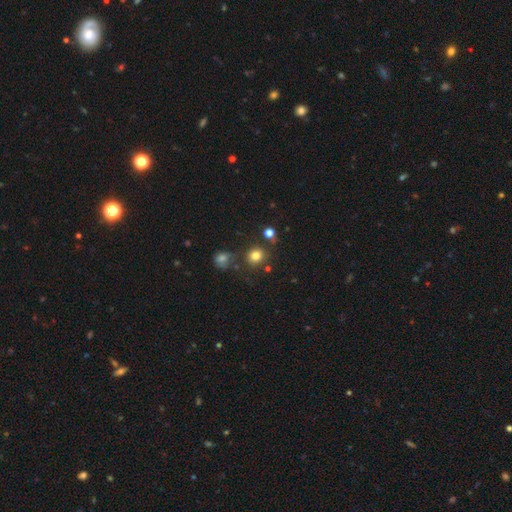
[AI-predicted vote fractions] This is likely a smooth galaxy (79%). How rounded: likely round (79%). Merging: likely none (76%).